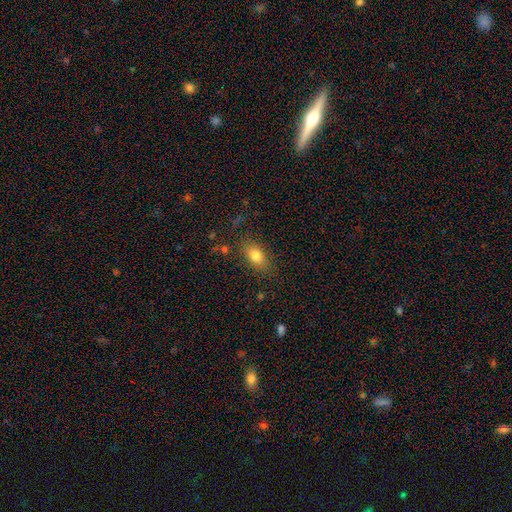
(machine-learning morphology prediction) A smooth galaxy with no disk features (79%) that is in between round and cigar-shaped (80%). Merging: none (82%).